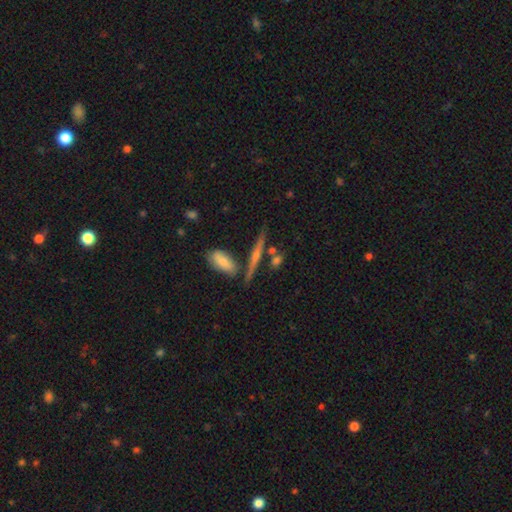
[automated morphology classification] This is possibly a featured or disk galaxy (59%). It is clearly viewed edge-on (93%). Edge-on bulge: likely rounded (67%). Merging: likely none (74%).